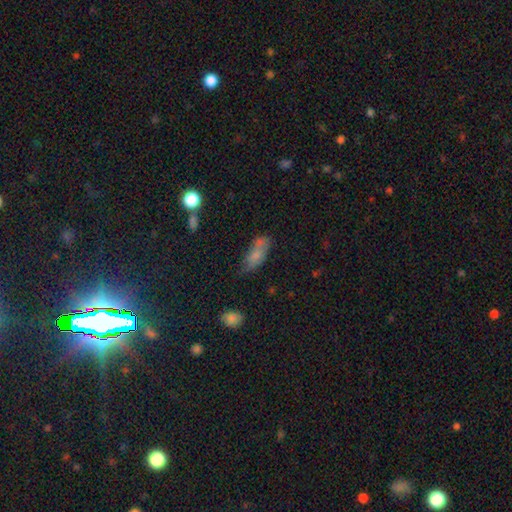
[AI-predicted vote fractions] Q: Smooth or featured?
A: smooth (75%); runner-up: featured or disk (17%)
Q: How rounded?
A: in between (78%); runner-up: cigar-shaped (19%)
Q: Merging?
A: none (50%); runner-up: minor disturbance (31%)